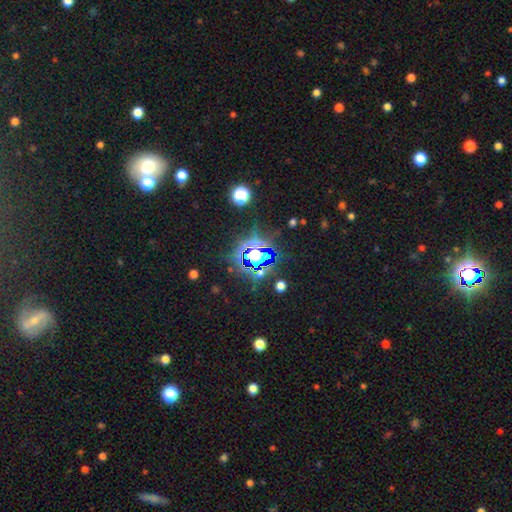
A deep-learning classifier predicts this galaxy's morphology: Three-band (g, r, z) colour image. It shows a star or artifact, not a galaxy (76%).